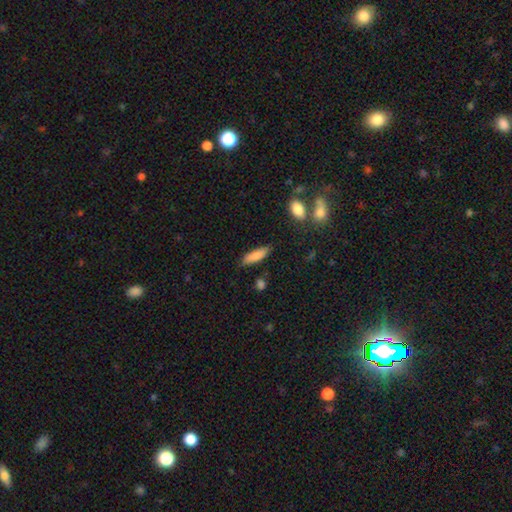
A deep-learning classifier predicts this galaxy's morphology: A smooth galaxy with no disk features (84%) that is cigar-shaped (55%).

Vote fractions:
- Smooth or featured? smooth: 84% / featured or disk: 9% / star or artifact: 7%
- How rounded? cigar-shaped: 55% / in between: 43% / round: 2%
- Merging? none: 81% / minor disturbance: 13% / merger: 3% / major disturbance: 3%